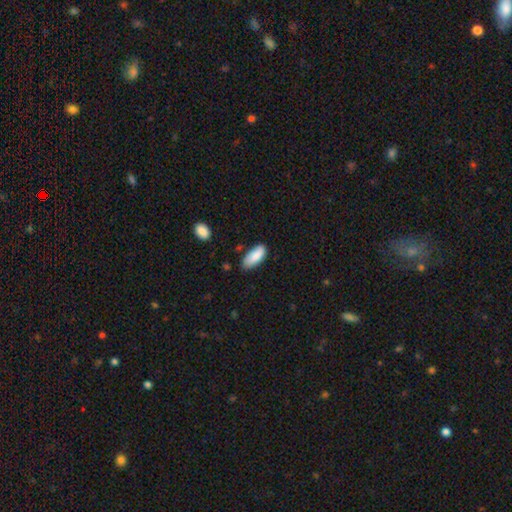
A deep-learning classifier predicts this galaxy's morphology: smooth 85%, featured or disk 8%, star or artifact 6%. Down the decision tree: how rounded — in between (84%); merging — none (68%).